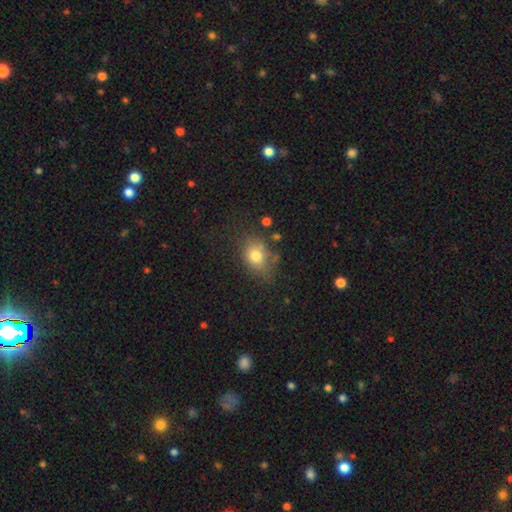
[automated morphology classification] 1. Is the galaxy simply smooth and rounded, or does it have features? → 75% smooth, 13% featured or disk, 12% star or artifact.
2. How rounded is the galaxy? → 63% in between, 36% round, 1% cigar-shaped.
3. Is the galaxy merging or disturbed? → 61% none, 24% minor disturbance, 10% major disturbance, 5% merger.